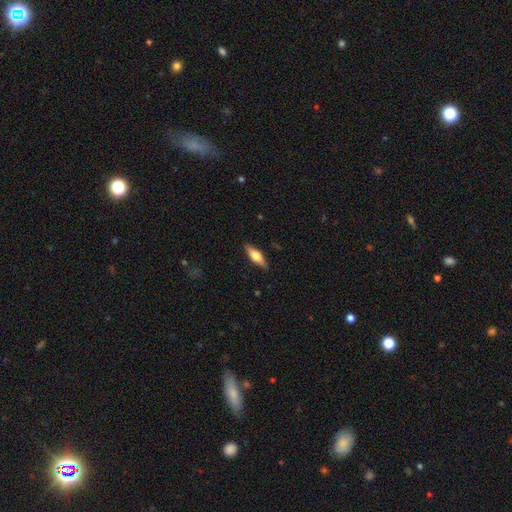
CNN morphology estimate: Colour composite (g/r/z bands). It shows a smooth galaxy with no disk features (55%) that is in between round and cigar-shaped (52%). Merging: none (87%).